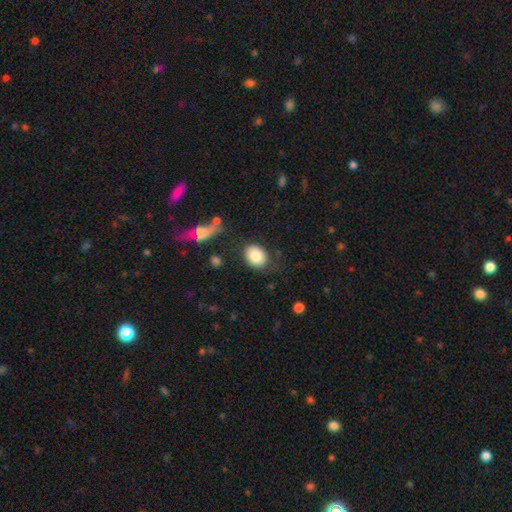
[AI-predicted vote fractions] Q: Smooth or featured?
A: smooth (83%); runner-up: featured or disk (9%)
Q: How rounded?
A: round (50%); runner-up: in between (49%)
Q: Merging?
A: none (77%); runner-up: minor disturbance (14%)